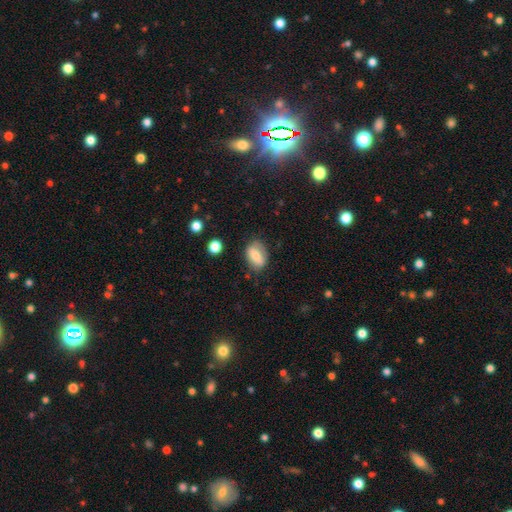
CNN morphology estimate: Smooth or featured: smooth — 75% (featured or disk — 17%)
How rounded: in between — 81% (round — 16%)
Merging: none — 72% (minor disturbance — 20%)